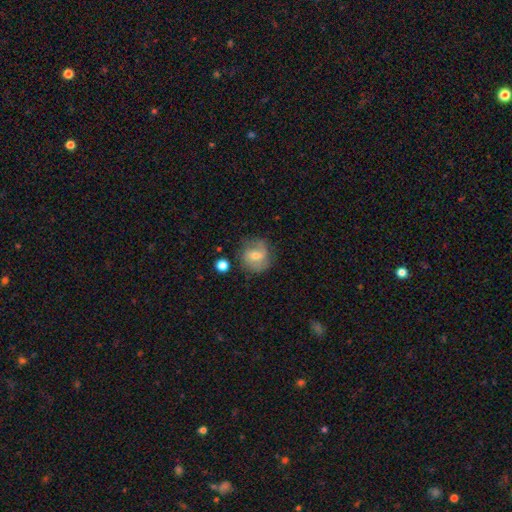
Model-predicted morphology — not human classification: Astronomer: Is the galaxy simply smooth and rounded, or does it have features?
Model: smooth — 52% (runner-up: featured or disk, 39%).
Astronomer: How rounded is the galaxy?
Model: round — 80%.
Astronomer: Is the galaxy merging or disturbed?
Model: none — 66%.